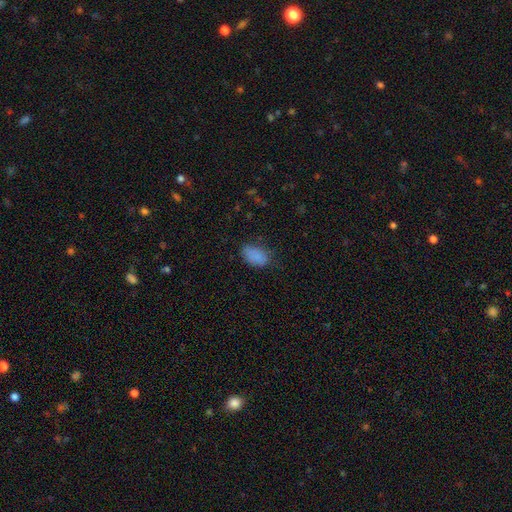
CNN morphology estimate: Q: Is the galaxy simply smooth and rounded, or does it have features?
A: smooth — 86%.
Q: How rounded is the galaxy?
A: in between — 90%.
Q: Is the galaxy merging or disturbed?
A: none — 69%.